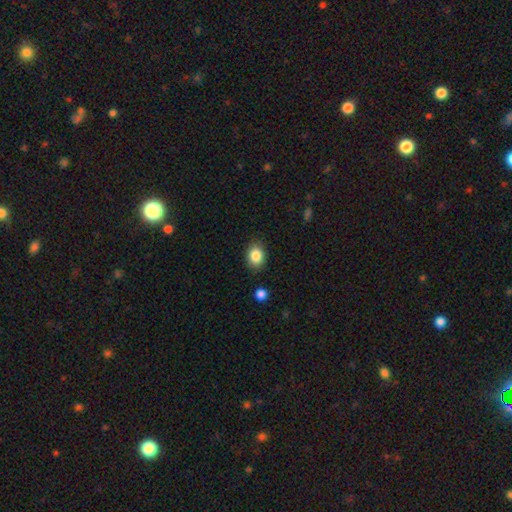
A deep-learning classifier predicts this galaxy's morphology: Smooth or featured: smooth — 86% (star or artifact — 9%)
How rounded: in between — 61% (round — 38%)
Merging: none — 85% (minor disturbance — 11%)